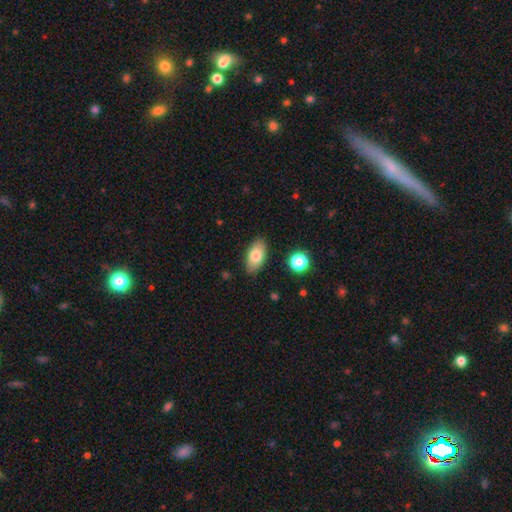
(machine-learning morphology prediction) A smooth galaxy with no disk features (78%) that is in between round and cigar-shaped (91%). Merging: none (86%).